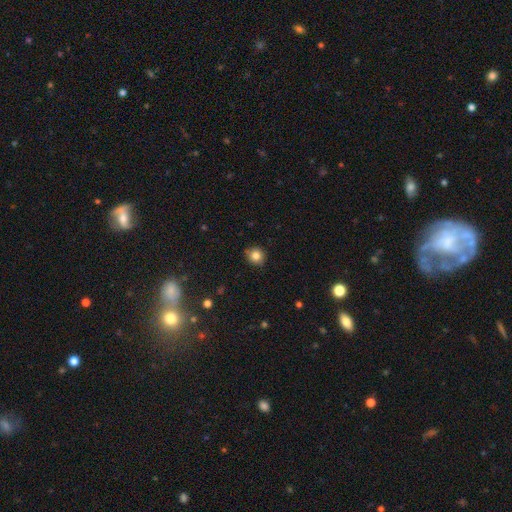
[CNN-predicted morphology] Smooth or featured?
  - smooth: 83% *
  - star or artifact: 11%
  - featured or disk: 6%
How rounded?
  - round: 90% *
  - in between: 9%
  - cigar-shaped: 1%
Merging?
  - none: 85% *
  - minor disturbance: 11%
  - major disturbance: 2%
  - merger: 2%